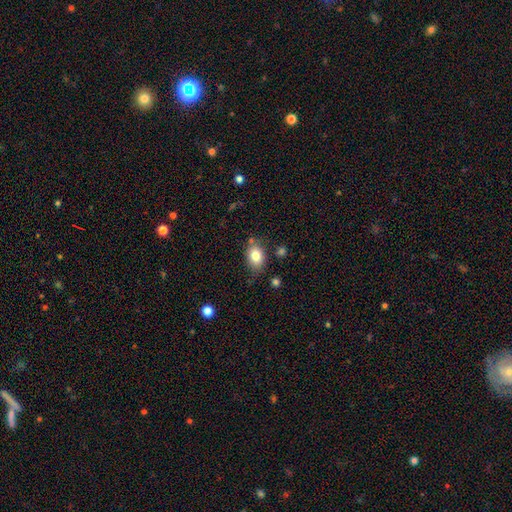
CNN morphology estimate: Smooth or featured: smooth — 81% (featured or disk — 10%)
How rounded: in between — 74% (round — 25%)
Merging: none — 73% (minor disturbance — 17%)